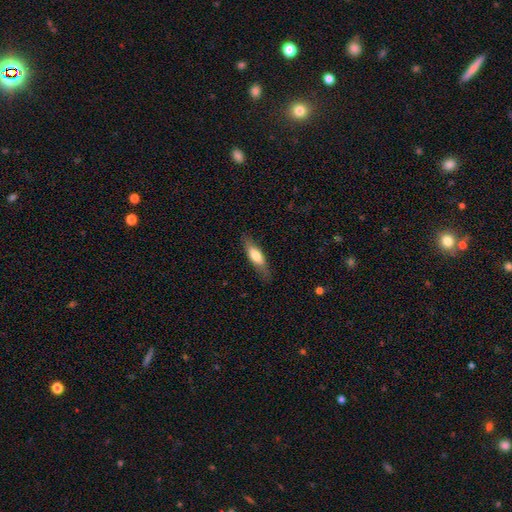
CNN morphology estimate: smooth_or_featured: smooth (p=0.67) [alt: featured or disk p=0.27]
how_rounded: cigar-shaped (p=0.50) [alt: in between p=0.48]
merging: none (p=0.81) [alt: minor disturbance p=0.14]